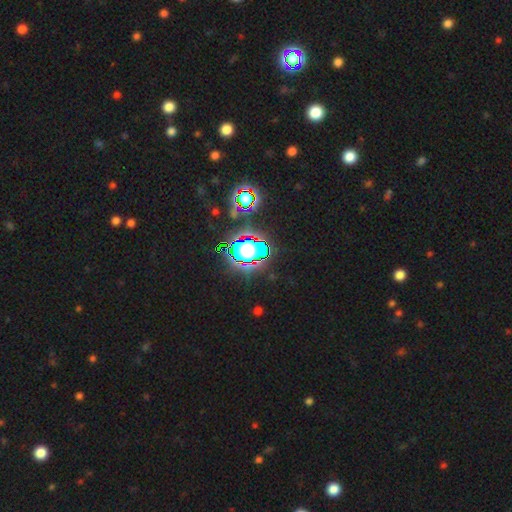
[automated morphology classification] This is clearly a star or artifact rather than a galaxy (82%).